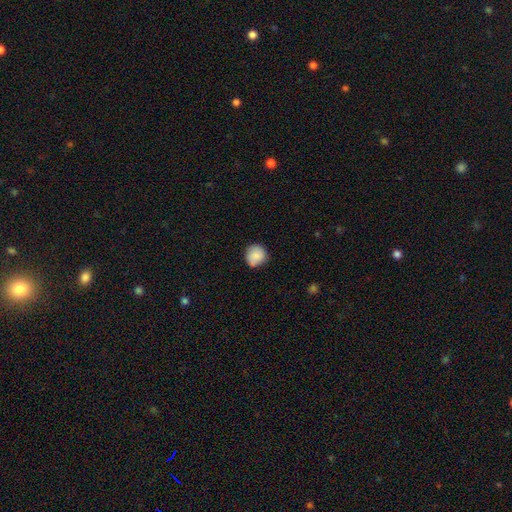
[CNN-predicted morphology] A smooth galaxy with no disk features (82%) that is round (91%).

Vote fractions:
- Smooth or featured? smooth: 82% / featured or disk: 10% / star or artifact: 8%
- How rounded? round: 91% / in between: 9% / cigar-shaped: 1%
- Merging? none: 76% / minor disturbance: 18% / major disturbance: 3% / merger: 2%